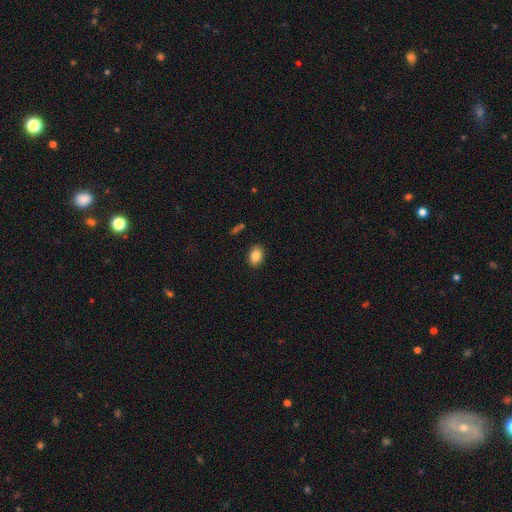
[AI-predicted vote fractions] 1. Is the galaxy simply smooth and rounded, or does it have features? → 85% smooth, 8% star or artifact, 7% featured or disk.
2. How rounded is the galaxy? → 80% in between, 19% round, 1% cigar-shaped.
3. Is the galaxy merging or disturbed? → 89% none, 8% minor disturbance, 2% major disturbance, 1% merger.